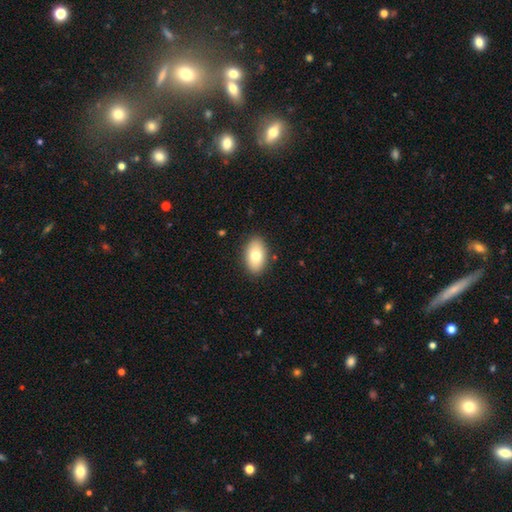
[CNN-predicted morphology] Smooth or featured? smooth (76%)
How rounded? in between (92%)
Merging? none (88%)